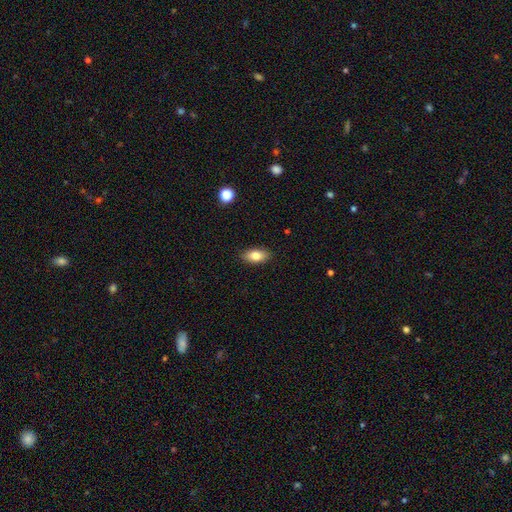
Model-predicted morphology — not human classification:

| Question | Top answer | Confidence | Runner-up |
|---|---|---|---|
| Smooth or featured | smooth | 80% | featured or disk (12%) |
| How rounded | in between | 89% | cigar-shaped (6%) |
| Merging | none | 88% | minor disturbance (9%) |